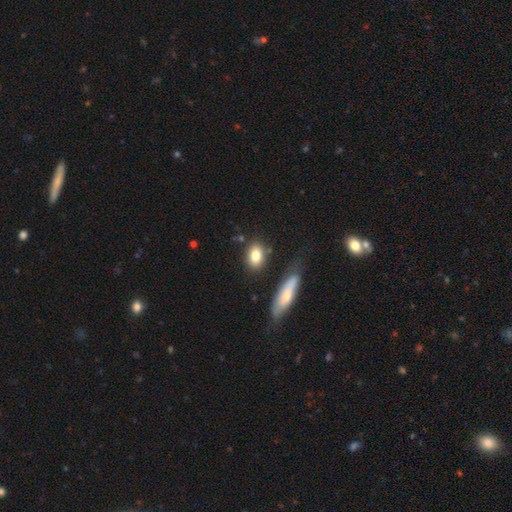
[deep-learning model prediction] smooth-or-featured: smooth: 80% | featured or disk: 12% | star or artifact: 8%
  how-rounded: in between: 74% | round: 22% | cigar-shaped: 4%
  merging: none: 78% | minor disturbance: 12% | merger: 7% | major disturbance: 3%